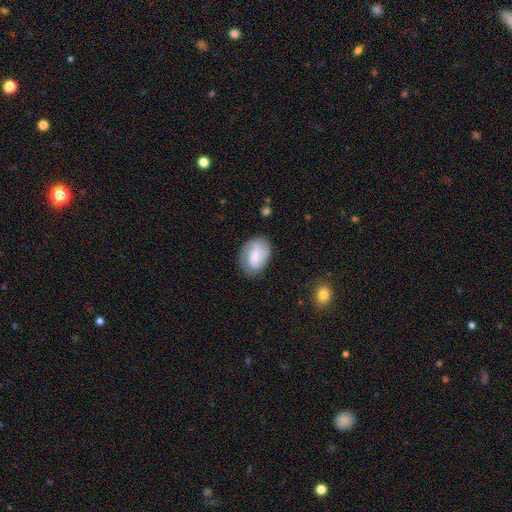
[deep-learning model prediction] smooth-or-featured: featured or disk: 50% | smooth: 43% | star or artifact: 7%
  disk-edge-on: no: 97% | yes: 3%
  merging: none: 72% | minor disturbance: 19% | major disturbance: 7% | merger: 2%